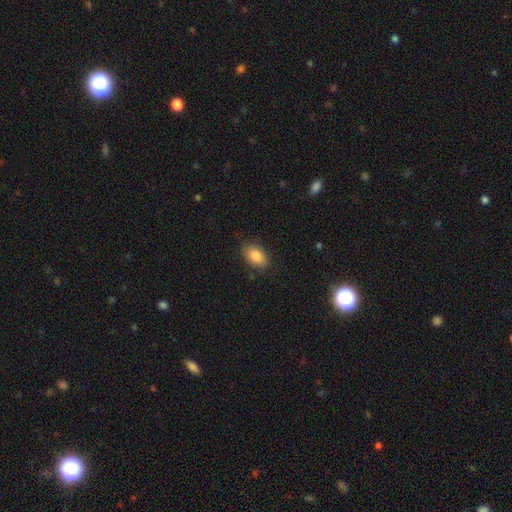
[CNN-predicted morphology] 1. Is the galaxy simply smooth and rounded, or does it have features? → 88% smooth, 7% star or artifact, 5% featured or disk.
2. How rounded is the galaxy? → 91% in between, 8% round, 2% cigar-shaped.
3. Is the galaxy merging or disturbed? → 84% none, 12% minor disturbance, 3% major disturbance, 1% merger.